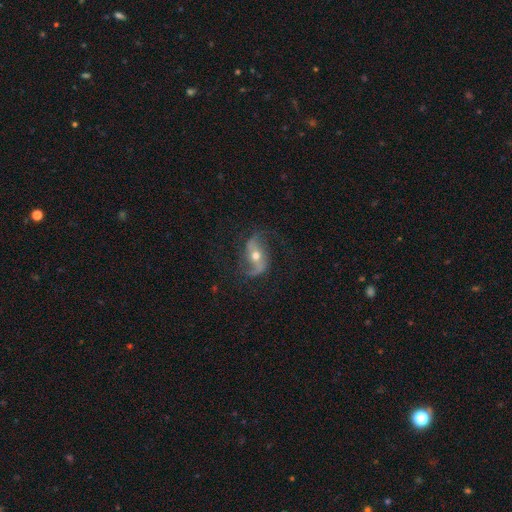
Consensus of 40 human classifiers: Volunteers were most divided on "bar" (2-way tie): strong: 39%, no: 39%, weak: 21%. More confident: edge-on disk — no (100%); spiral arms — yes (94%); spiral arm count — 2 (94%); smooth or featured — featured or disk (82%); spiral winding — loose (71%); bulge size — moderate (67%); merging — none (66%).